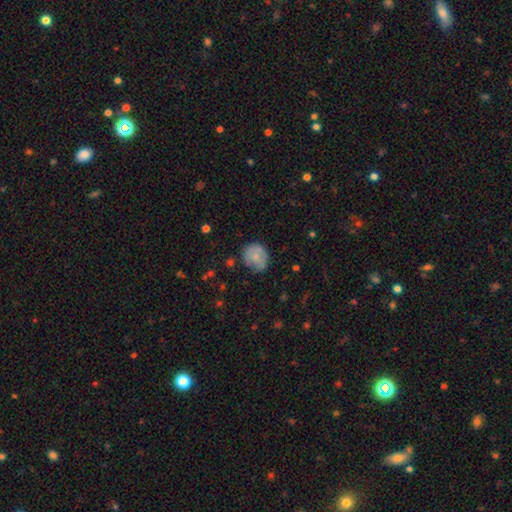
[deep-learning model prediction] Morphology: type=smooth (65%); roundness=round (70%); merging=none (62%).